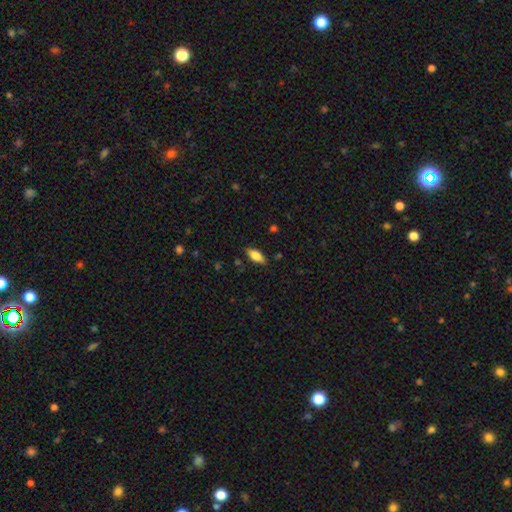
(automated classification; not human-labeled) Morphology: type=smooth (76%); roundness=in between (77%); merging=none (85%).